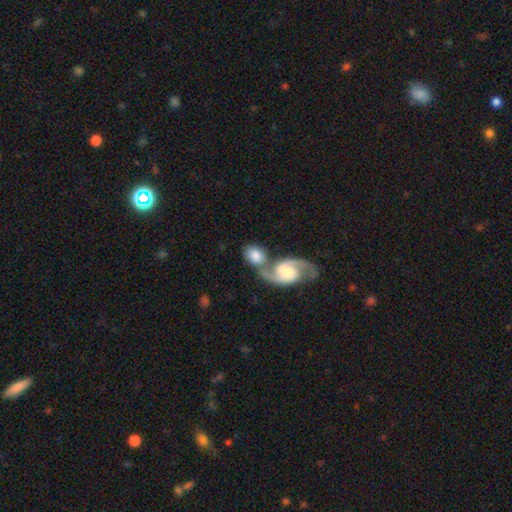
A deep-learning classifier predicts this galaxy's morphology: A smooth galaxy with no disk features (50%) that is in between round and cigar-shaped (76%).

Vote fractions:
- Smooth or featured? smooth: 50% / featured or disk: 44% / star or artifact: 6%
- How rounded? in between: 76% / round: 22% / cigar-shaped: 3%
- Merging? merger: 65% / none: 23% / minor disturbance: 8% / major disturbance: 5%